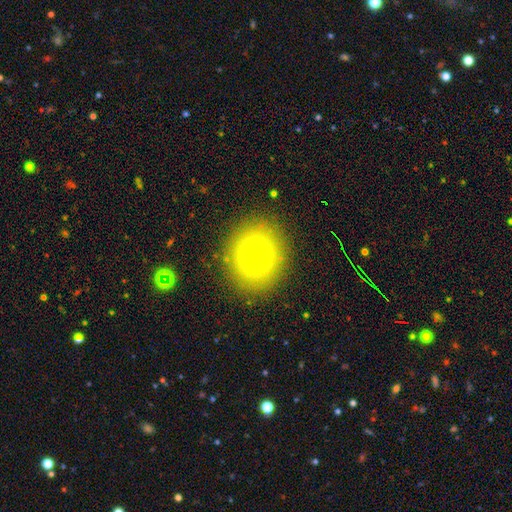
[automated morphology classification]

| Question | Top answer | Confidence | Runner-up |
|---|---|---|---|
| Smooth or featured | smooth | 72% | featured or disk (14%) |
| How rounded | round | 79% | in between (20%) |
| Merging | none | 87% | minor disturbance (8%) |